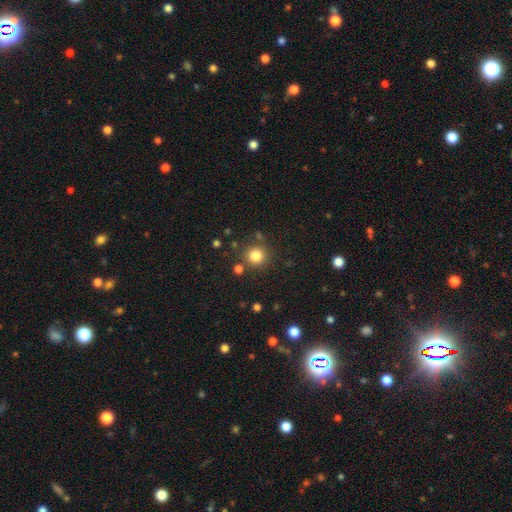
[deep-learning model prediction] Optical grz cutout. It shows a smooth galaxy with no disk features (81%) that is round (93%). Merging: none (83%).